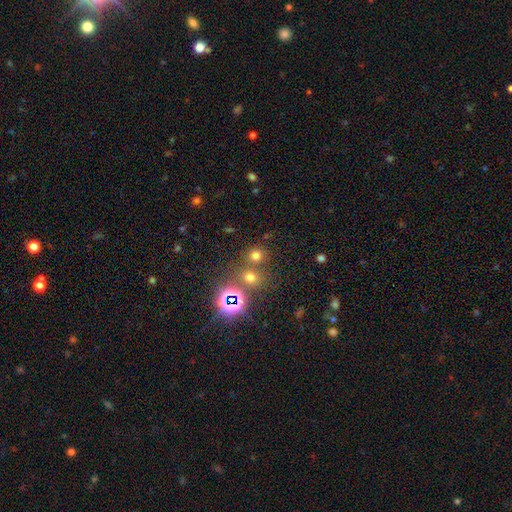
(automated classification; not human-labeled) The model was most divided on "smooth or featured": smooth: 62%, star or artifact: 31%, featured or disk: 7%. More confident: how rounded — round (85%); merging — none (69%).